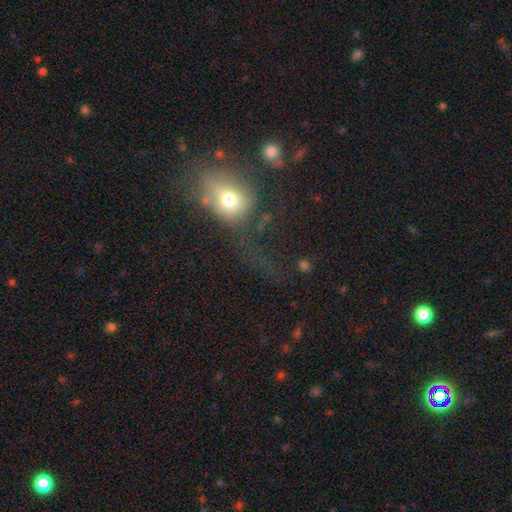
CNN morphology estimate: This appears to be a smooth galaxy with no disk features (53%) that is round (50%). Merging: major disturbance (45%).